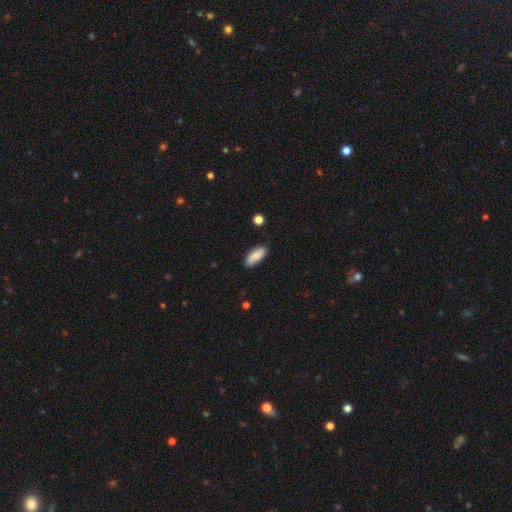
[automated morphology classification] type=smooth (81%); roundness=in between (82%); merging=none (81%).